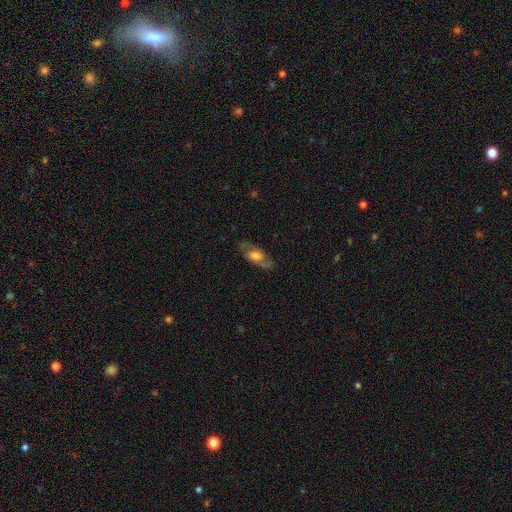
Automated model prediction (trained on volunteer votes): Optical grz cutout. It shows a featured or disk galaxy (58%). Merging: none (79%).